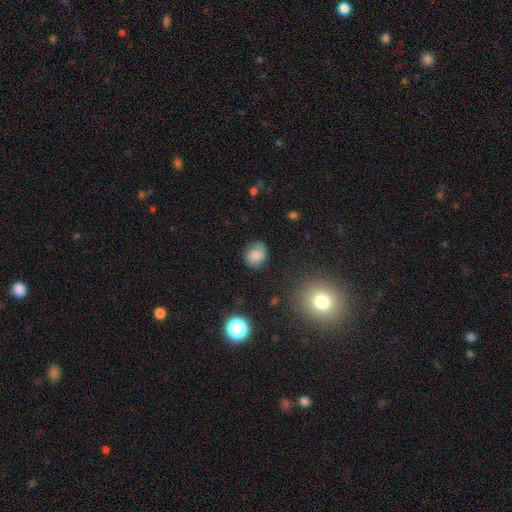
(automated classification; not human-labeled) Morphology: type=smooth (75%); roundness=round (61%); merging=none (80%).